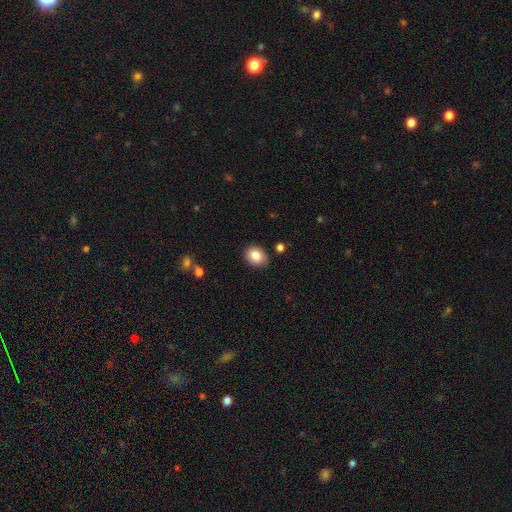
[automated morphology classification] A smooth galaxy with no disk features (85%) that is in between round and cigar-shaped (56%). Merging: none (86%).